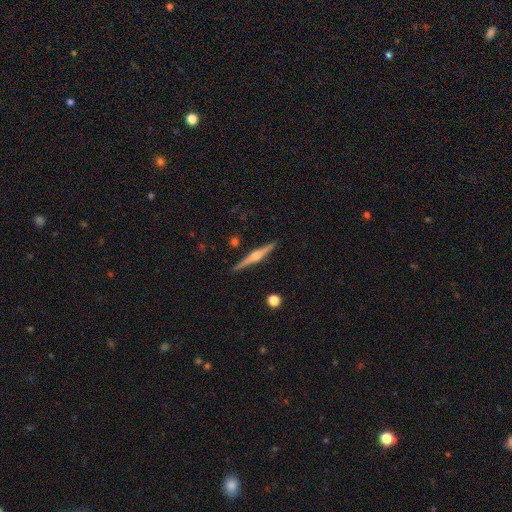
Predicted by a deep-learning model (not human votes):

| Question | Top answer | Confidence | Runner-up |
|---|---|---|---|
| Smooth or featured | featured or disk | 79% | smooth (16%) |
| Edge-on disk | yes | 98% | no (2%) |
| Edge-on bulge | rounded | 93% | boxy (4%) |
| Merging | none | 90% | minor disturbance (6%) |